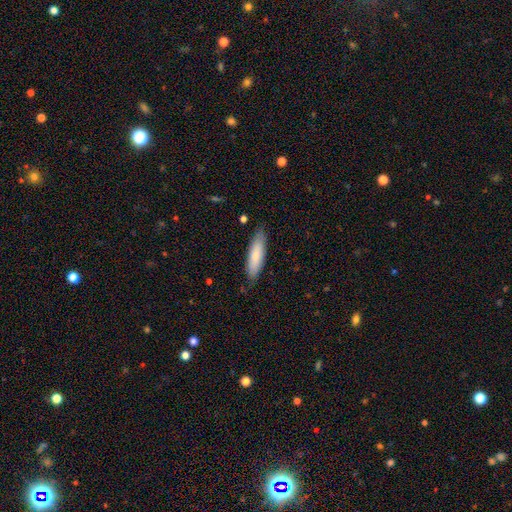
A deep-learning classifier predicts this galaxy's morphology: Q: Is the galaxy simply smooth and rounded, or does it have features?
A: smooth — 80%.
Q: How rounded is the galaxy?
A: cigar-shaped — 63%.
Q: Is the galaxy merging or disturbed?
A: none — 83%.